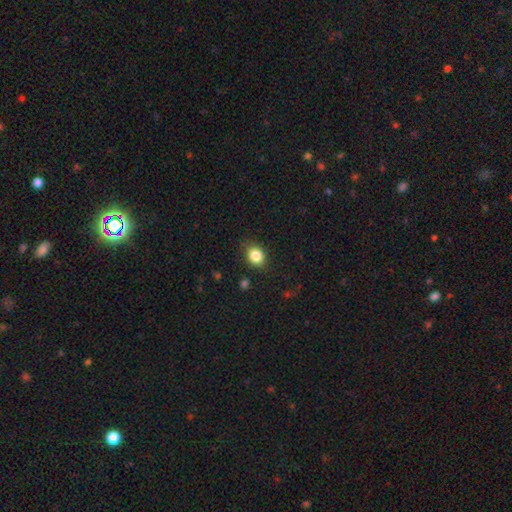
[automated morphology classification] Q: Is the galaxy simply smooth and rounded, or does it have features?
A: smooth — 85%.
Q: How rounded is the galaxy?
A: round — 50%.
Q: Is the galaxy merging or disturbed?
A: none — 83%.